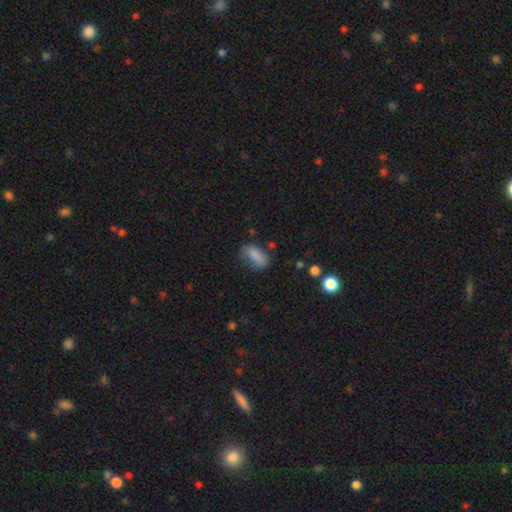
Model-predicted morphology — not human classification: This appears to be a smooth galaxy with no disk features (81%) that is in between round and cigar-shaped (83%). Merging: none (52%).